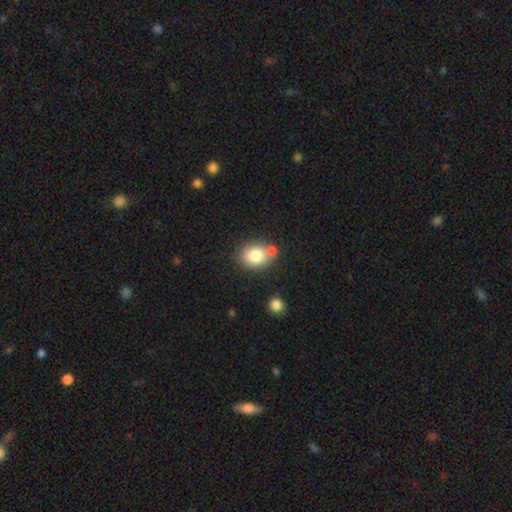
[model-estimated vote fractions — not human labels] A smooth galaxy with no disk features (82%) that is in between round and cigar-shaped (52%).

Vote fractions:
- Smooth or featured? smooth: 82% / featured or disk: 9% / star or artifact: 9%
- How rounded? in between: 52% / round: 47% / cigar-shaped: 1%
- Merging? none: 64% / merger: 20% / minor disturbance: 13% / major disturbance: 4%